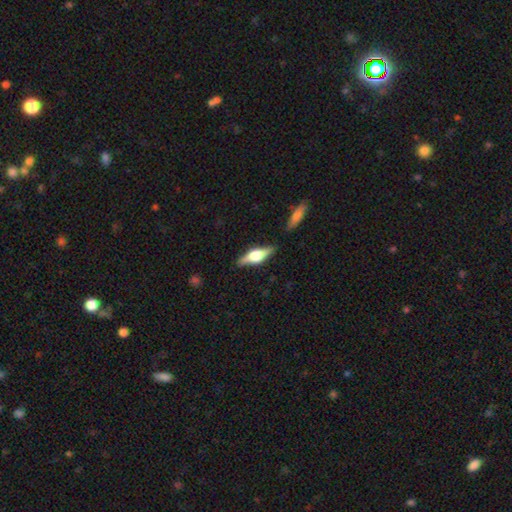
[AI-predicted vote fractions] Q: Smooth or featured?
A: featured or disk (62%); runner-up: smooth (32%)
Q: Edge-on disk?
A: yes (95%); runner-up: no (5%)
Q: Edge-on bulge?
A: rounded (93%); runner-up: boxy (6%)
Q: Merging?
A: none (84%); runner-up: minor disturbance (11%)